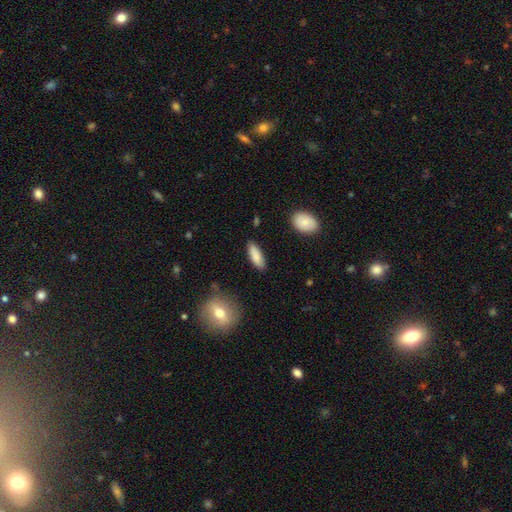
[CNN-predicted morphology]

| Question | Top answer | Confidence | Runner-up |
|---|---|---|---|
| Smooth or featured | smooth | 85% | featured or disk (8%) |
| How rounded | in between | 64% | cigar-shaped (34%) |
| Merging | none | 85% | minor disturbance (11%) |